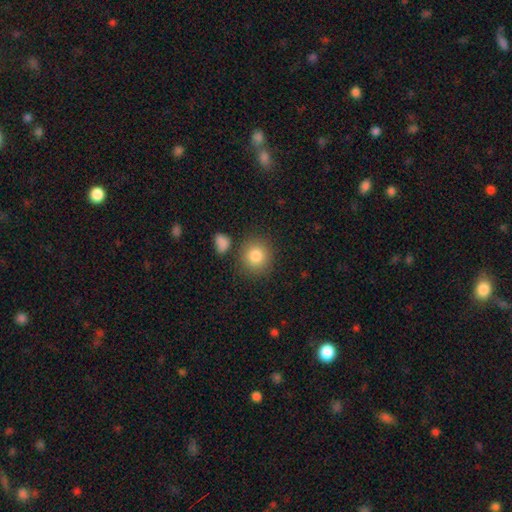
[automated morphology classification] smooth 84%, star or artifact 9%, featured or disk 7%. Down the decision tree: how rounded — round (86%); merging — none (81%).